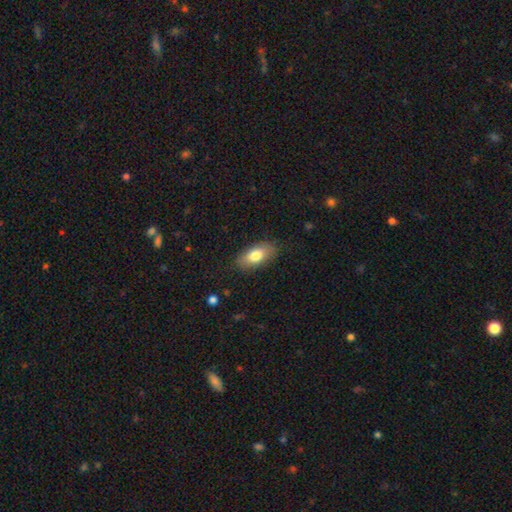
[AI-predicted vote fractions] A smooth galaxy with no disk features (78%) that is in between round and cigar-shaped (87%). Merging: none (85%).